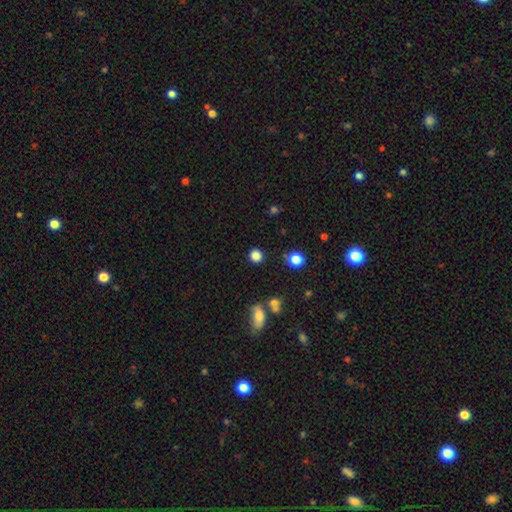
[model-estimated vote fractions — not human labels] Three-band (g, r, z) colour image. It shows a smooth galaxy with no disk features (83%) that is round (87%). Merging: none (87%).